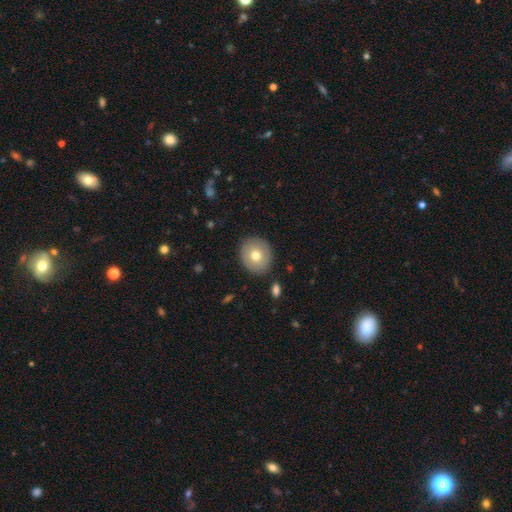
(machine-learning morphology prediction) This appears to be a smooth galaxy with no disk features (67%) that is round (81%). Merging: none (87%).